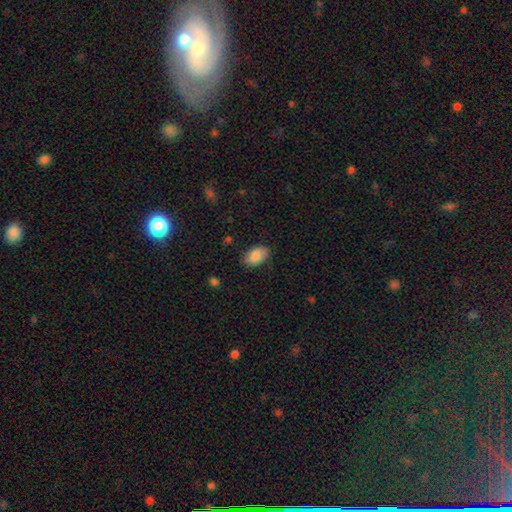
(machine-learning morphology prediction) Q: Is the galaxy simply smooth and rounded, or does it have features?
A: smooth — 84%.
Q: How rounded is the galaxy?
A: in between — 92%.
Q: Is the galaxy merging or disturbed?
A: none — 81%.